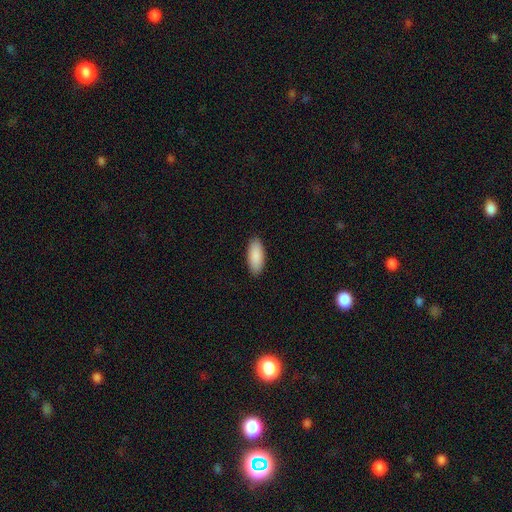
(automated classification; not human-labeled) This is clearly a smooth galaxy (90%). How rounded: clearly in between (87%). Merging: clearly none (90%).